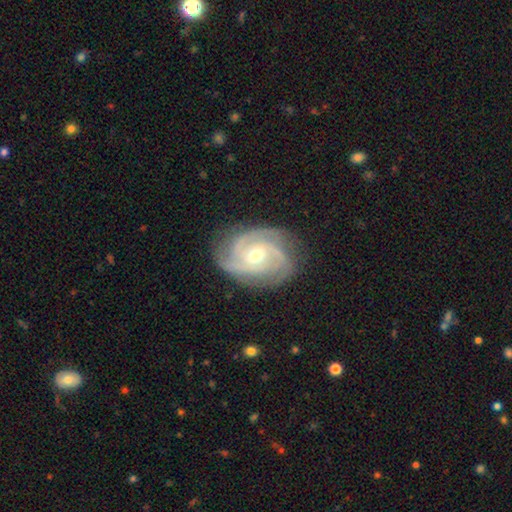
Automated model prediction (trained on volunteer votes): featured or disk 90%, star or artifact 5%, smooth 5%. Down the decision tree: edge-on disk — no (97%); bar — no (57%); spiral arms — yes (98%); spiral arm count — 3 (57%); spiral winding — tight (65%); bulge size — moderate (58%); merging — none (82%).